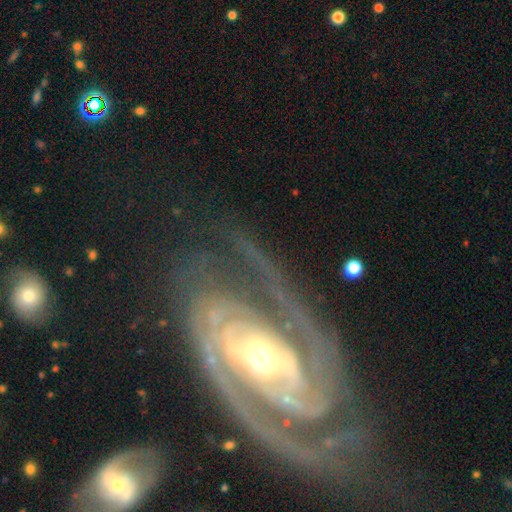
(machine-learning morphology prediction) type=featured or disk (92%); edge-on=no (96%); bar=no (43%); spiral arms=yes (98%); winding=tight (63%); arm count=2 (54%); bulge=moderate (65%); merging=none (64%).